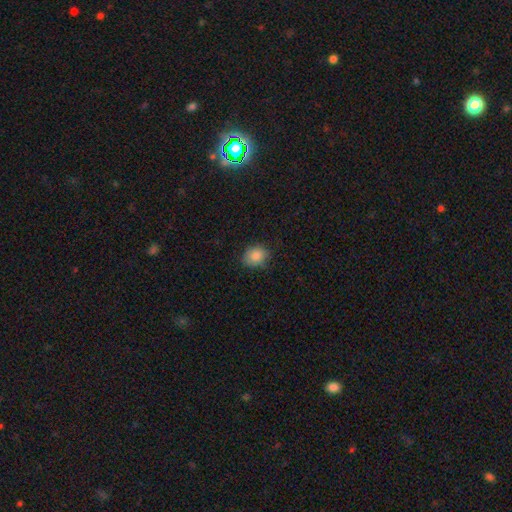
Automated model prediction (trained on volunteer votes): Smooth or featured?
  - smooth: 86% *
  - star or artifact: 9%
  - featured or disk: 5%
How rounded?
  - round: 59% *
  - in between: 40%
  - cigar-shaped: 1%
Merging?
  - none: 79% *
  - minor disturbance: 17%
  - major disturbance: 3%
  - merger: 1%